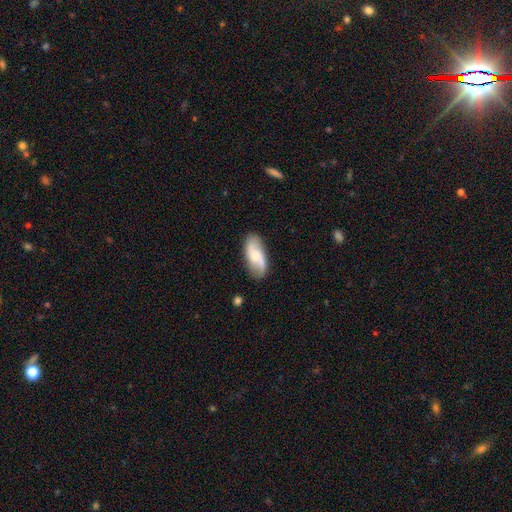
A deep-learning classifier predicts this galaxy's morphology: type=featured or disk (49%); merging=none (78%).